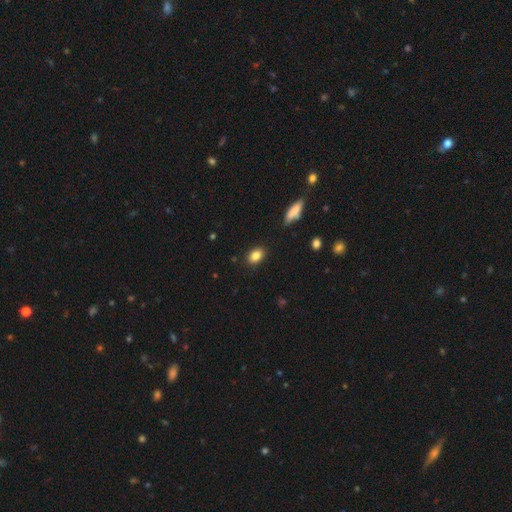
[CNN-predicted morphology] Q: Smooth or featured?
A: smooth (85%); runner-up: star or artifact (9%)
Q: How rounded?
A: in between (79%); runner-up: round (19%)
Q: Merging?
A: none (87%); runner-up: minor disturbance (10%)